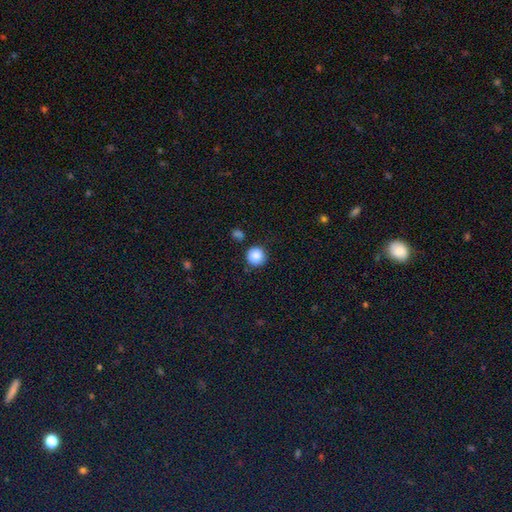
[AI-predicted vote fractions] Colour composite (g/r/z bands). It shows a smooth galaxy with no disk features (87%) that is round (94%). Merging: none (83%).